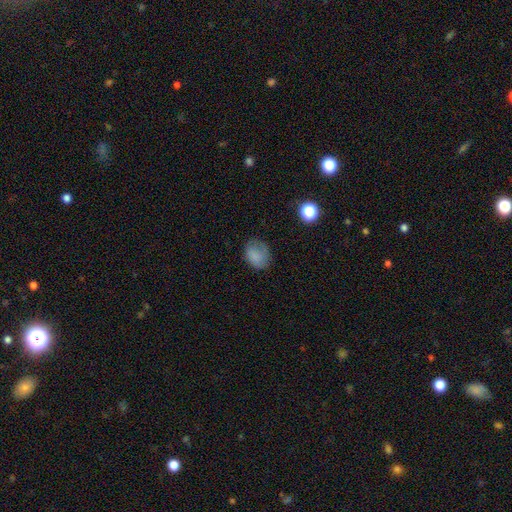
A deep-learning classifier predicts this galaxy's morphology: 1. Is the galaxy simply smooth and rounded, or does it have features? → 81% smooth, 11% star or artifact, 9% featured or disk.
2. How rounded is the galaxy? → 63% in between, 36% round, 1% cigar-shaped.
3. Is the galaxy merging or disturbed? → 64% none, 25% minor disturbance, 10% major disturbance, 2% merger.